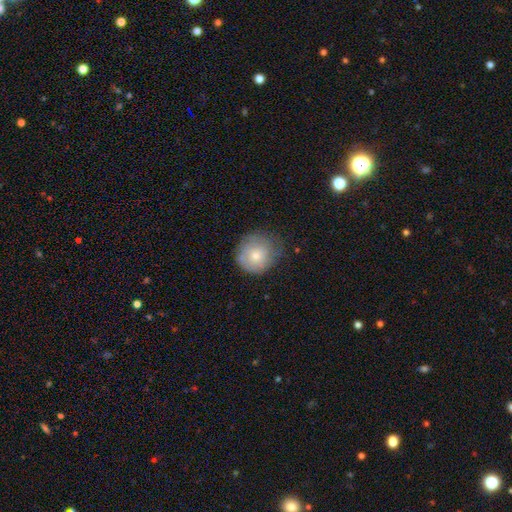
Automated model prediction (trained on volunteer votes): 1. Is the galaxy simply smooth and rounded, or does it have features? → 70% smooth, 23% featured or disk, 8% star or artifact.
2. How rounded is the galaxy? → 88% round, 11% in between, 1% cigar-shaped.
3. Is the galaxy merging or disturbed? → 56% none, 31% minor disturbance, 11% major disturbance, 2% merger.